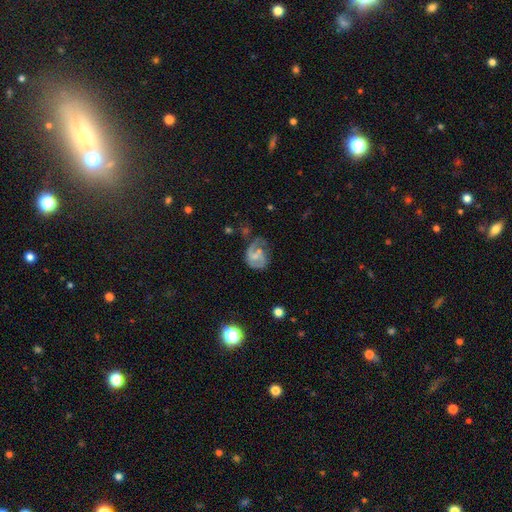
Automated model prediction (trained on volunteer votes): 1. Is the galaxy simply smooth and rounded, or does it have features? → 67% featured or disk, 25% smooth, 8% star or artifact.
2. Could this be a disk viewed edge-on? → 98% no, 2% yes.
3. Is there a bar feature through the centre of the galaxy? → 53% no, 39% weak, 8% strong.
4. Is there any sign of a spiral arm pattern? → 83% yes, 17% no.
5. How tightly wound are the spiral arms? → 46% medium, 29% loose, 25% tight.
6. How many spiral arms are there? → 63% 2, 16% 1, 14% can't tell, 4% 3, 2% 4, 1% more than 4.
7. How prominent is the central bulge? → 41% small, 29% none, 26% moderate, 3% large, 1% dominant.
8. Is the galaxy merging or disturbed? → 41% none, 28% major disturbance, 26% minor disturbance, 5% merger.